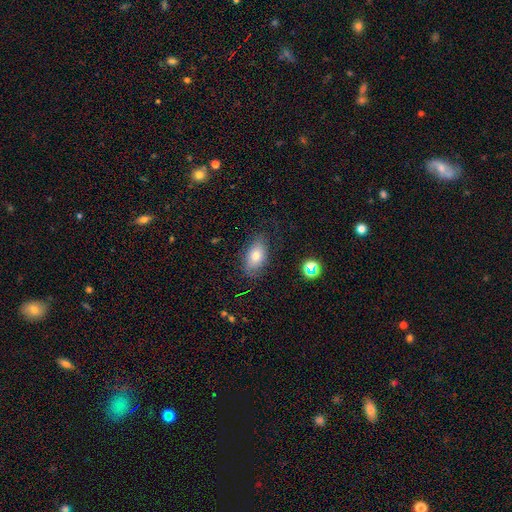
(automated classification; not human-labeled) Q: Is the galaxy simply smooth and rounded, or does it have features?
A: smooth — 74%.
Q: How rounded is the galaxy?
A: in between — 91%.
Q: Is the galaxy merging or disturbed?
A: none — 75%.